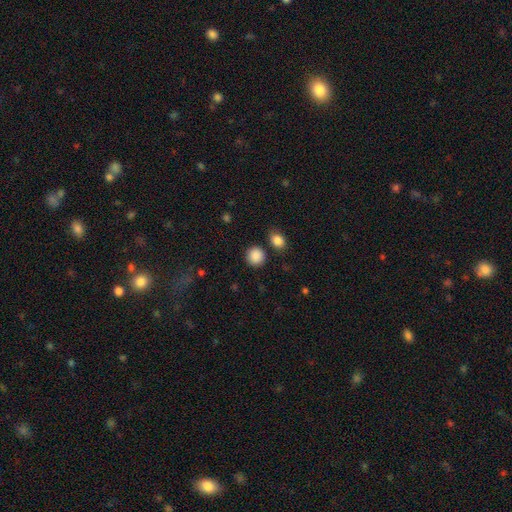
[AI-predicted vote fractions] This is clearly a smooth galaxy (88%). How rounded: clearly round (89%). Merging: clearly none (84%).